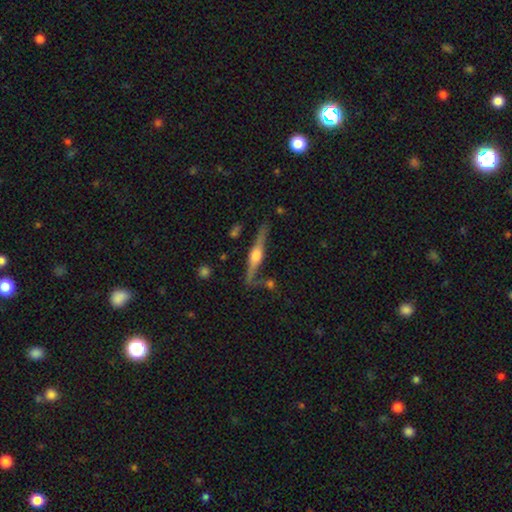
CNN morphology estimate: Smooth or featured? Predicted: featured or disk (p=0.81). Edge-on disk? Predicted: yes (p=0.97). Edge-on bulge? Predicted: rounded (p=0.89). Merging? Predicted: none (p=0.81).